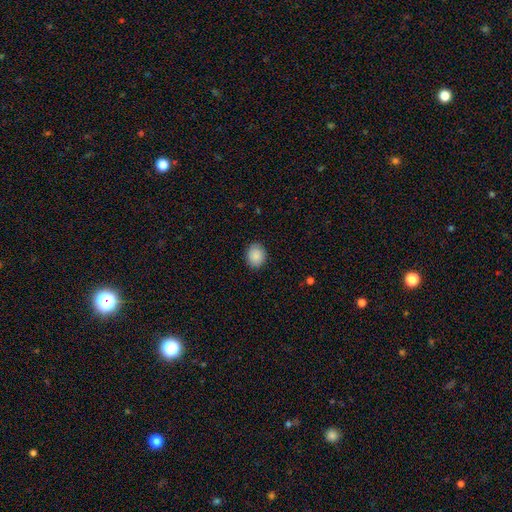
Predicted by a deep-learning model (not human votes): smooth 88%, star or artifact 7%, featured or disk 4%. Down the decision tree: how rounded — round (60%); merging — none (87%).